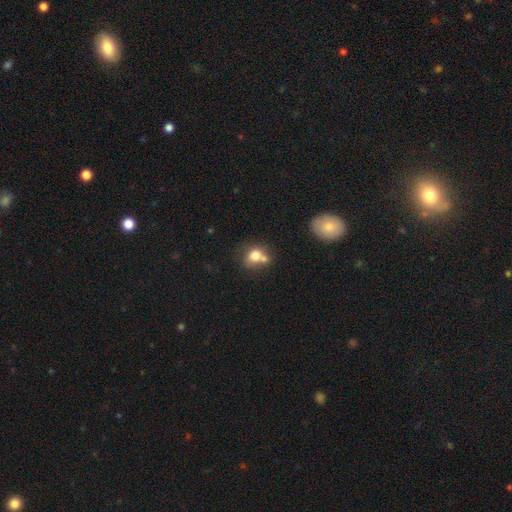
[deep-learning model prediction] This is likely a smooth galaxy (75%). How rounded: likely round (61%). Merging: marginally merger (42%).